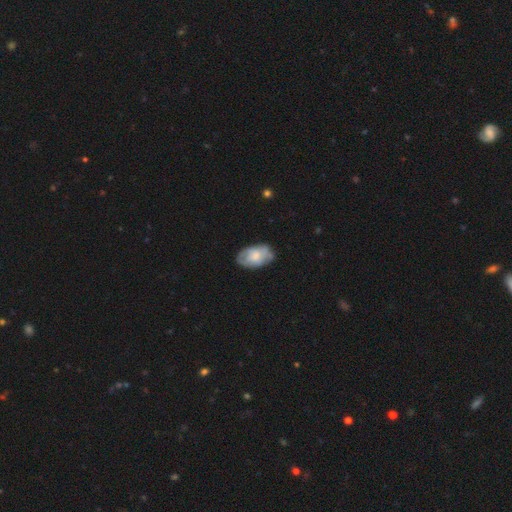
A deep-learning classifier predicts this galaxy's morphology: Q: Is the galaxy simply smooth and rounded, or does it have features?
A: smooth — 54%.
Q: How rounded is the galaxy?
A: in between — 93%.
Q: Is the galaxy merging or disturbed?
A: none — 66%.